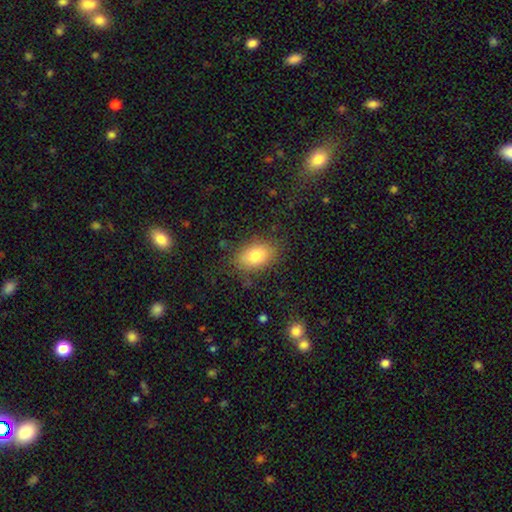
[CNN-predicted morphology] Smooth or featured? Predicted: smooth (p=0.78). How rounded? Predicted: in between (p=0.82). Merging? Predicted: none (p=0.79).